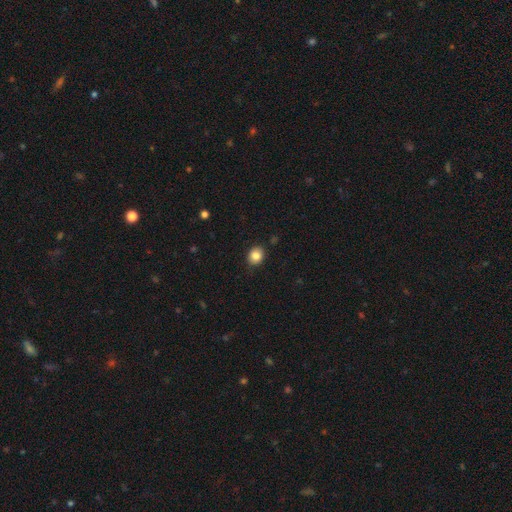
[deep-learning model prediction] smooth 85%, star or artifact 10%, featured or disk 6%. Down the decision tree: how rounded — round (55%); merging — none (86%).